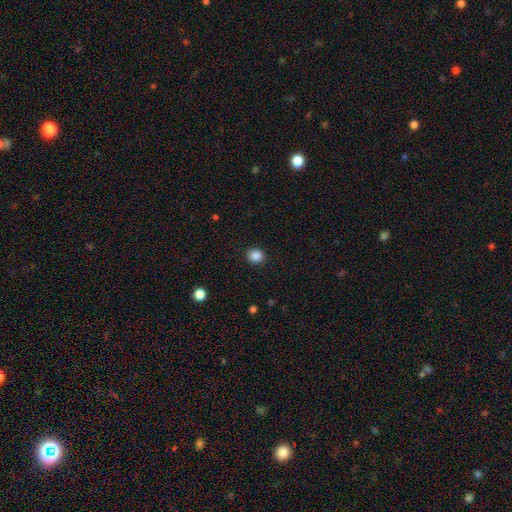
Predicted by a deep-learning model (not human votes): Morphology: type=smooth (87%); roundness=round (86%); merging=none (91%).